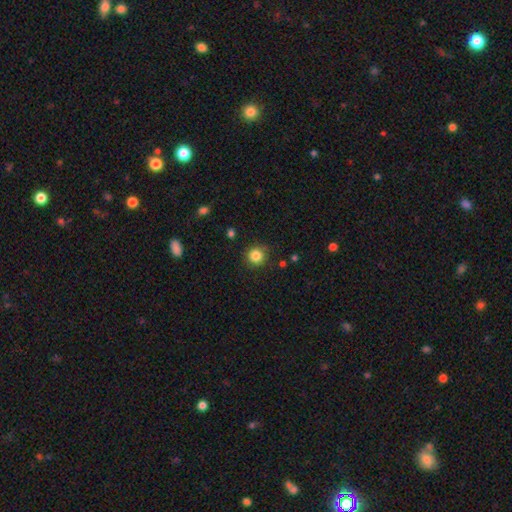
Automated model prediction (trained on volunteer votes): Overall: smooth (85%). How rounded: round (94%). Merging: none (87%).